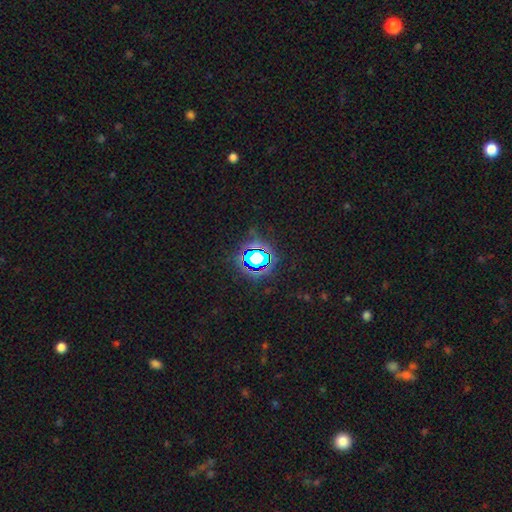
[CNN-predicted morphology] type=star or artifact (71%).